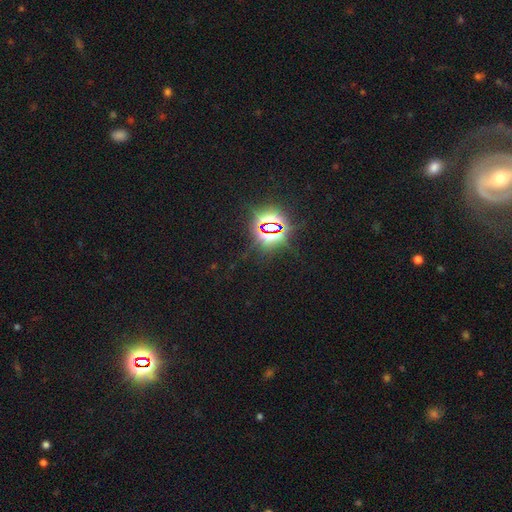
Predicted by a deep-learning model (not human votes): Smooth or featured? star or artifact (57%)